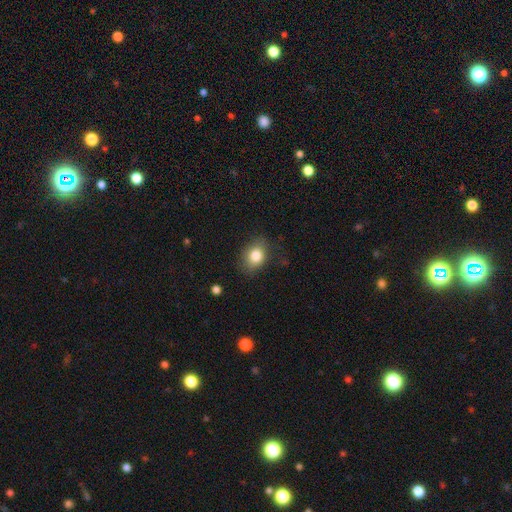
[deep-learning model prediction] smooth_or_featured: smooth (p=0.82) [alt: star or artifact p=0.09]
how_rounded: in between (p=0.56) [alt: round p=0.42]
merging: none (p=0.75) [alt: minor disturbance p=0.18]